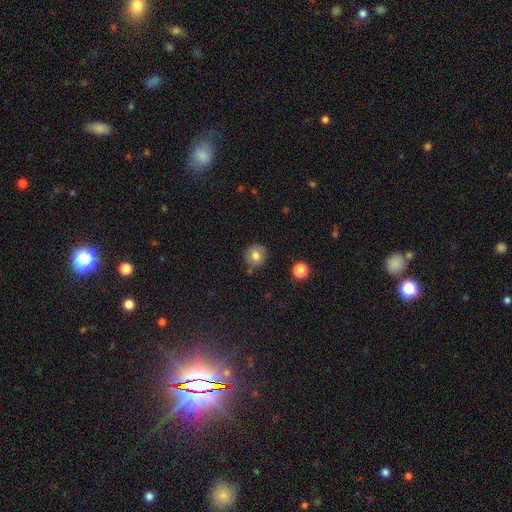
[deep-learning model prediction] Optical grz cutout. It shows a smooth galaxy with no disk features (77%) that is round (89%). Merging: none (84%).